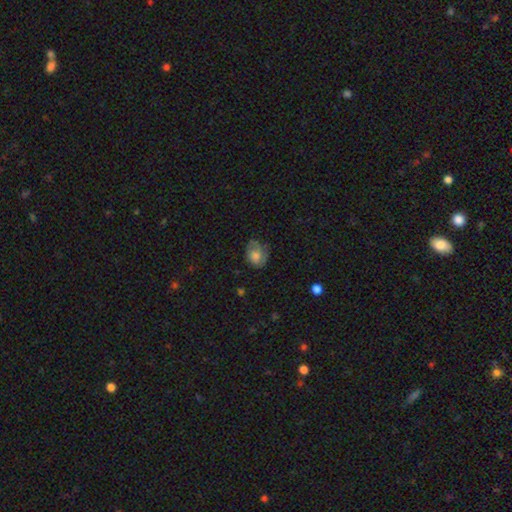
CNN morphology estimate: Smooth or featured: smooth — 65% (featured or disk — 26%)
How rounded: round — 50% (tied with in between — 50%)
Merging: none — 55% (minor disturbance — 30%)